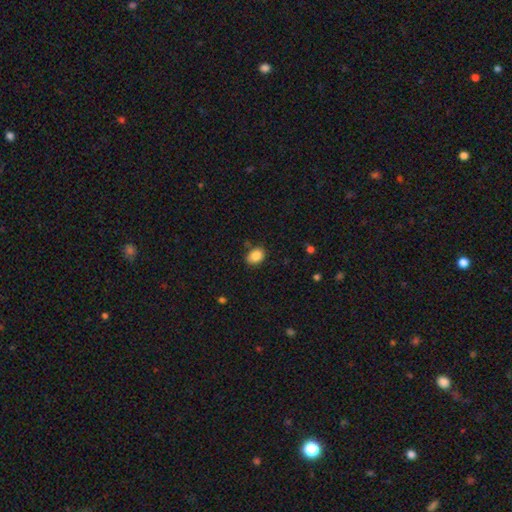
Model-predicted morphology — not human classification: smooth-or-featured: smooth: 87% | star or artifact: 8% | featured or disk: 5%
  how-rounded: in between: 65% | round: 34% | cigar-shaped: 1%
  merging: none: 81% | minor disturbance: 13% | major disturbance: 3% | merger: 3%